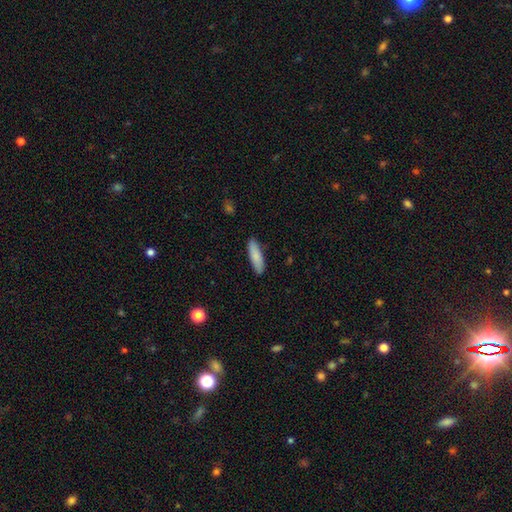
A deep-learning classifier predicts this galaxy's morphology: A smooth galaxy with no disk features (84%) that is cigar-shaped (62%).

Vote fractions:
- Smooth or featured? smooth: 84% / featured or disk: 10% / star or artifact: 6%
- How rounded? cigar-shaped: 62% / in between: 37% / round: 2%
- Merging? none: 88% / minor disturbance: 9% / major disturbance: 2% / merger: 1%